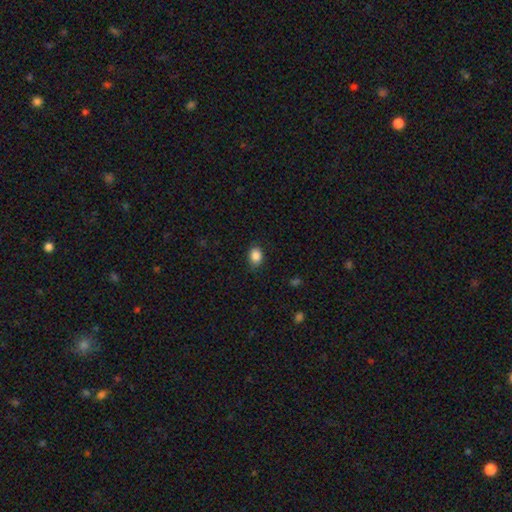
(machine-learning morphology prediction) Overall: smooth (87%). How rounded: in between (55%; round 44%). Merging: none (83%).